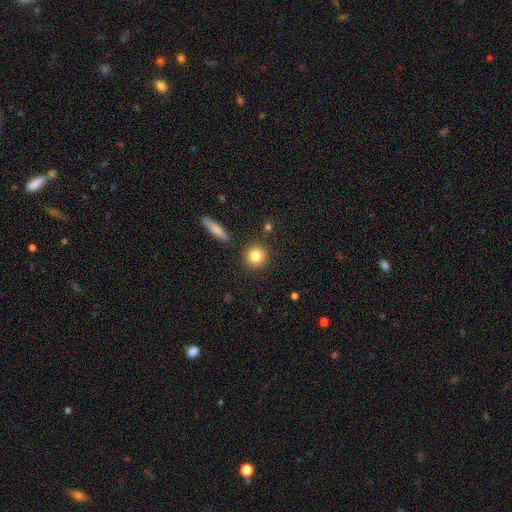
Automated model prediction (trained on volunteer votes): The model was most divided on "smooth or featured": smooth: 83%, star or artifact: 9%, featured or disk: 8%. More confident: how rounded — round (90%); merging — none (87%).